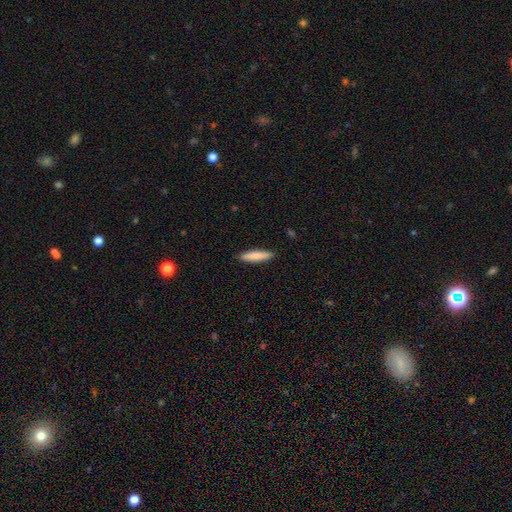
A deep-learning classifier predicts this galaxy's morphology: This appears to be a smooth galaxy with no disk features (83%) that is cigar-shaped (80%). Merging: none (89%).